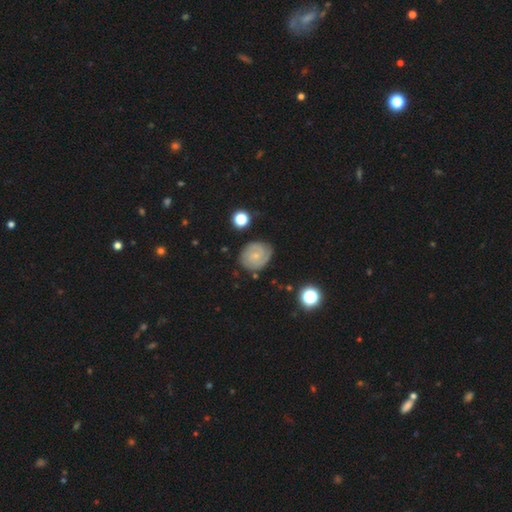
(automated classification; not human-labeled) Overall: featured or disk (69%). Edge-on disk: no (98%). Bar: no (70%). Spiral arms: yes (92%). Spiral arm count: 2 (45%; can't tell 27%). Spiral winding: tight (68%). Bulge size: small (74%). Merging: none (76%).